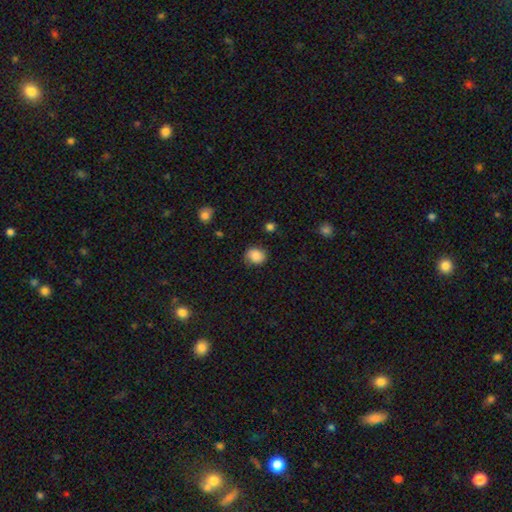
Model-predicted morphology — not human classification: This appears to be a smooth galaxy with no disk features (85%) that is round (58%). Merging: none (76%).